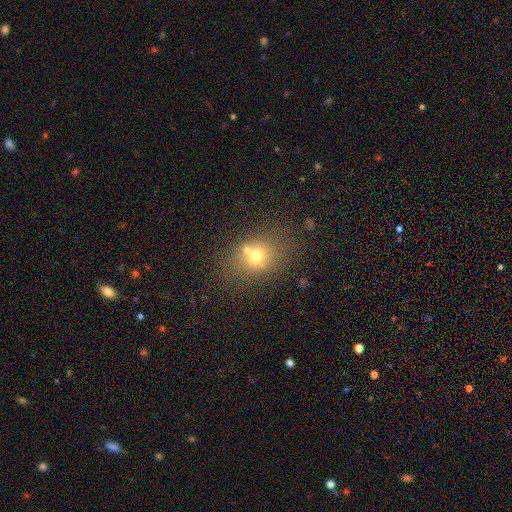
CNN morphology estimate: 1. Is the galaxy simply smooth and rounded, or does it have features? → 64% smooth, 20% featured or disk, 16% star or artifact.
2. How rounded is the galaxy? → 56% round, 43% in between, 1% cigar-shaped.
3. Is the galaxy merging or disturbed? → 56% none, 27% merger, 12% minor disturbance, 5% major disturbance.